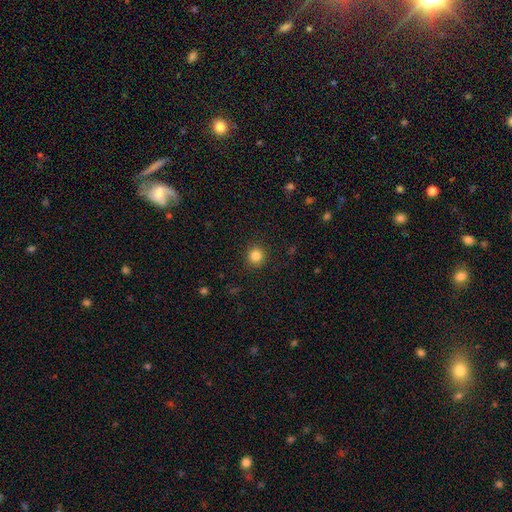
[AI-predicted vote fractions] A smooth galaxy with no disk features (84%) that is round (93%). Merging: none (91%).